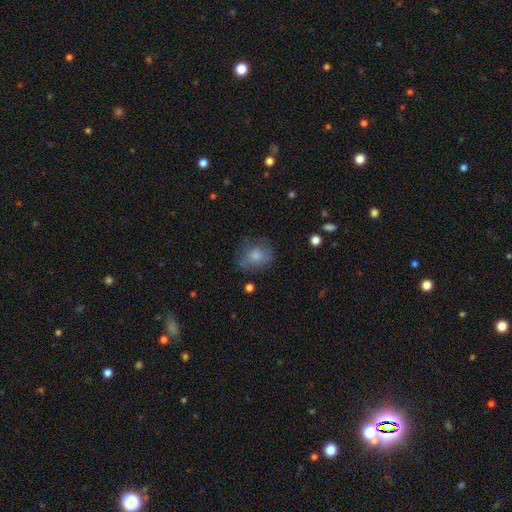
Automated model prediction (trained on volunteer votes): smooth-or-featured: smooth: 64% | featured or disk: 21% | star or artifact: 15%
  how-rounded: round: 64% | in between: 35% | cigar-shaped: 1%
  merging: none: 70% | minor disturbance: 20% | major disturbance: 8% | merger: 2%